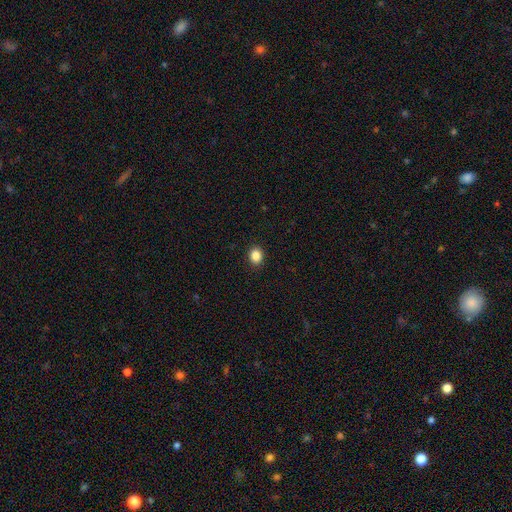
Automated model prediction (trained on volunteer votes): Q: Smooth or featured?
A: smooth (86%); runner-up: star or artifact (10%)
Q: How rounded?
A: round (52%); runner-up: in between (47%)
Q: Merging?
A: none (91%); runner-up: minor disturbance (6%)